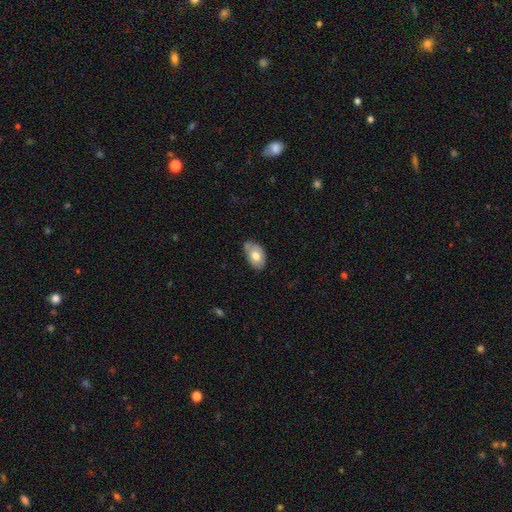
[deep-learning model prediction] The model was most divided on "merging": none: 58%, minor disturbance: 31%, merger: 6%, major disturbance: 5%. More confident: how rounded — in between (90%); smooth or featured — smooth (72%).